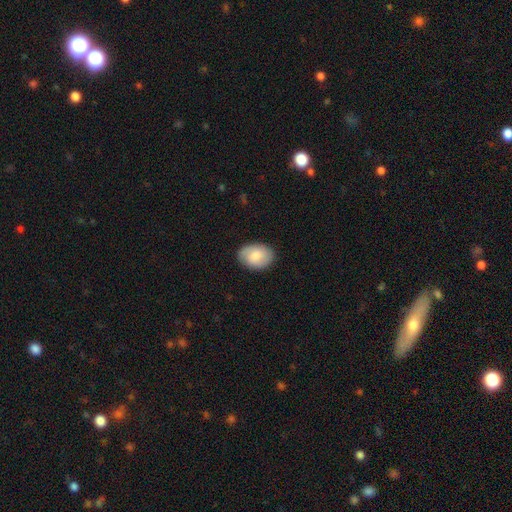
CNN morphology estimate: Q: Smooth or featured?
A: smooth (69%); runner-up: featured or disk (24%)
Q: How rounded?
A: in between (78%); runner-up: round (21%)
Q: Merging?
A: none (84%); runner-up: minor disturbance (12%)